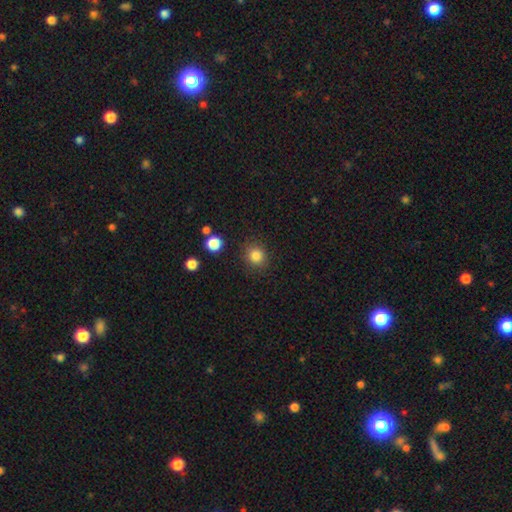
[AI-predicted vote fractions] A smooth galaxy with no disk features (84%) that is round (86%).

Vote fractions:
- Smooth or featured? smooth: 84% / star or artifact: 11% / featured or disk: 5%
- How rounded? round: 86% / in between: 13% / cigar-shaped: 1%
- Merging? none: 86% / minor disturbance: 8% / major disturbance: 3% / merger: 2%